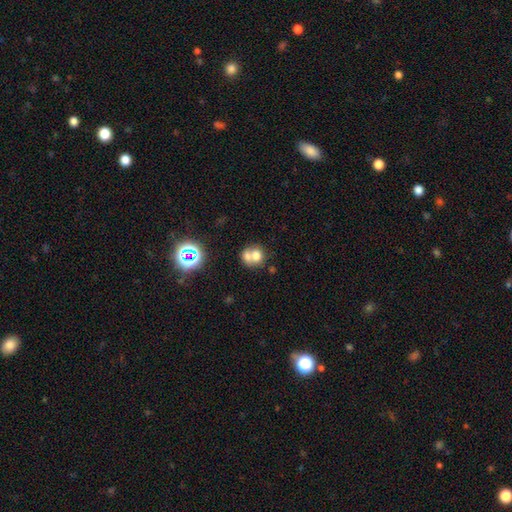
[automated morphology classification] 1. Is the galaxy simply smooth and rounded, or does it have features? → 66% smooth, 20% featured or disk, 15% star or artifact.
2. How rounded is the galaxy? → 68% round, 31% in between, 1% cigar-shaped.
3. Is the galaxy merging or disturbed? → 61% merger, 28% none, 7% minor disturbance, 4% major disturbance.